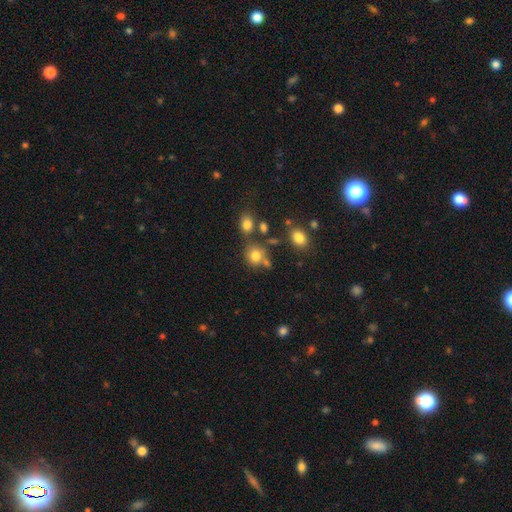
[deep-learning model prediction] Smooth or featured? Predicted: smooth (p=0.78). How rounded? Predicted: round (p=0.77). Merging? Predicted: none (p=0.59).